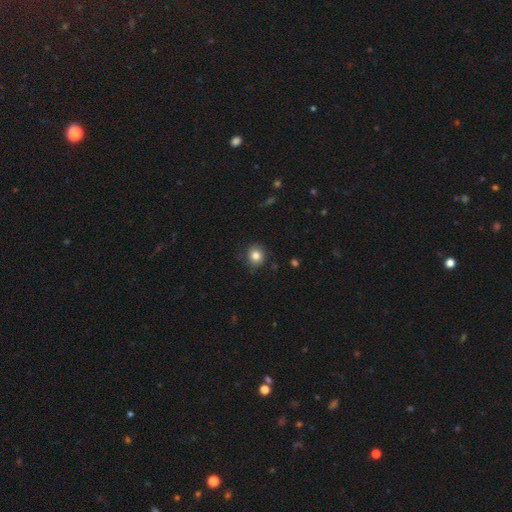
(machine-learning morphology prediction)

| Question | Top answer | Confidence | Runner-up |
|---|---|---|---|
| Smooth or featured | smooth | 82% | star or artifact (11%) |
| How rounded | round | 86% | in between (13%) |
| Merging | none | 82% | minor disturbance (13%) |